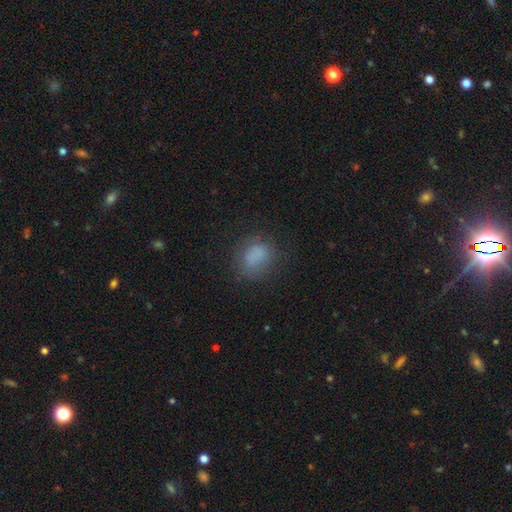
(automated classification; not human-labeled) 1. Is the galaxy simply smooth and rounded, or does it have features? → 78% smooth, 12% star or artifact, 9% featured or disk.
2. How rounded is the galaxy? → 50% round, 49% in between, 1% cigar-shaped.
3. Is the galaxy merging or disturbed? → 69% none, 19% minor disturbance, 10% major disturbance, 2% merger.